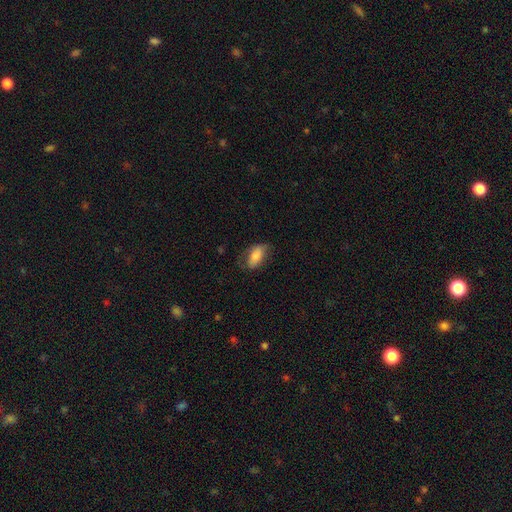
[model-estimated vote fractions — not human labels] Smooth or featured: smooth — 75% (featured or disk — 18%)
How rounded: in between — 88% (cigar-shaped — 7%)
Merging: none — 65% (minor disturbance — 24%)